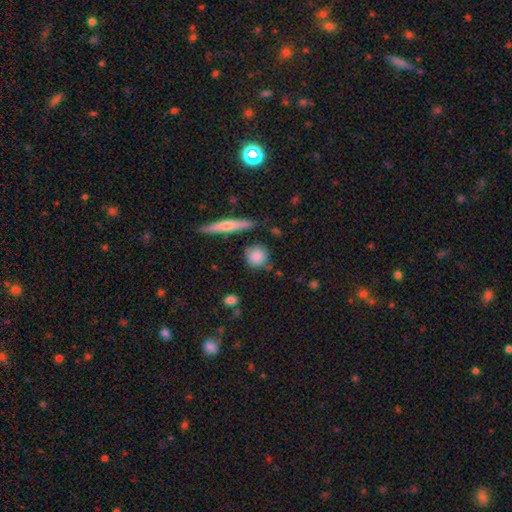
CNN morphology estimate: Overall: smooth (81%). How rounded: round (83%). Merging: none (75%).